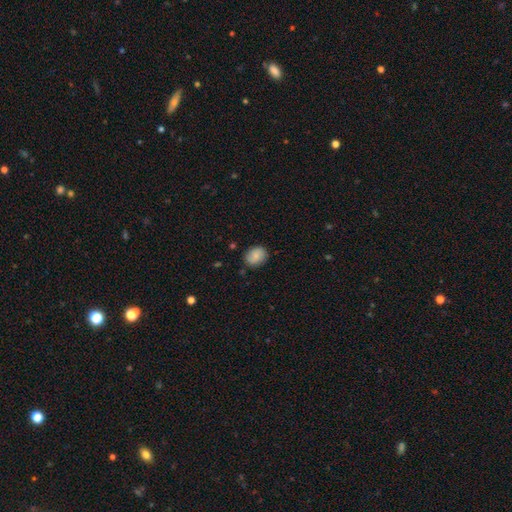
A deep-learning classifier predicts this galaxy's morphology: This is clearly a smooth galaxy (84%). How rounded: possibly in between (53%). Merging: clearly none (82%).